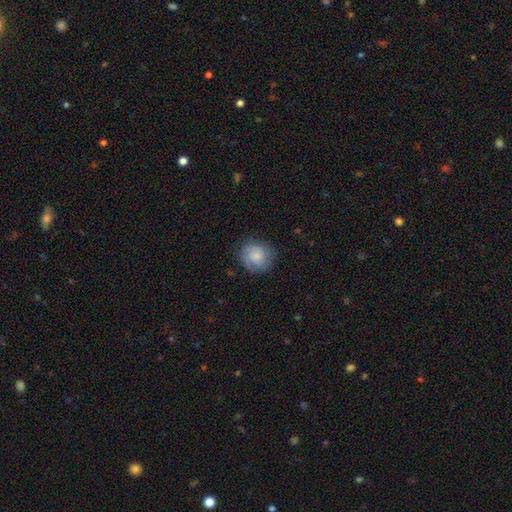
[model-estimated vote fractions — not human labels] This is likely a smooth galaxy (62%). How rounded: clearly round (84%). Merging: clearly none (80%).